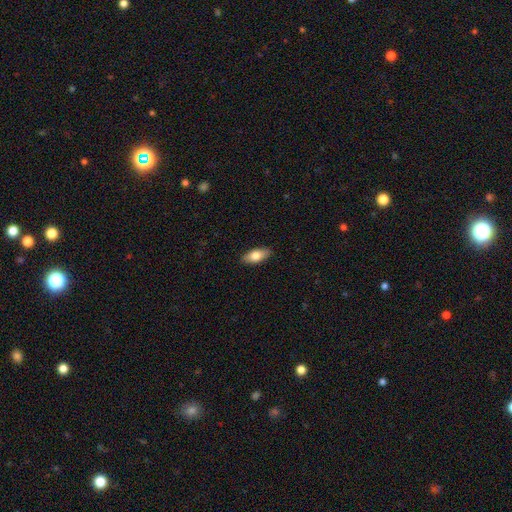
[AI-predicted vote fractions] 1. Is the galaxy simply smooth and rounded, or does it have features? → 76% smooth, 17% featured or disk, 6% star or artifact.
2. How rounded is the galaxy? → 85% in between, 12% cigar-shaped, 3% round.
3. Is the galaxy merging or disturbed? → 89% none, 8% minor disturbance, 2% major disturbance, 1% merger.